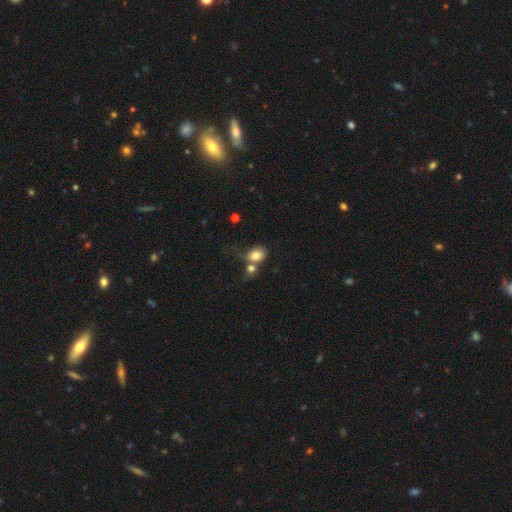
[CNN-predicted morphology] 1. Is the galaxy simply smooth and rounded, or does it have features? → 79% smooth, 12% featured or disk, 10% star or artifact.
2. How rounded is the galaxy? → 60% in between, 39% round, 1% cigar-shaped.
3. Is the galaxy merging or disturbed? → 48% merger, 31% none, 13% minor disturbance, 9% major disturbance.